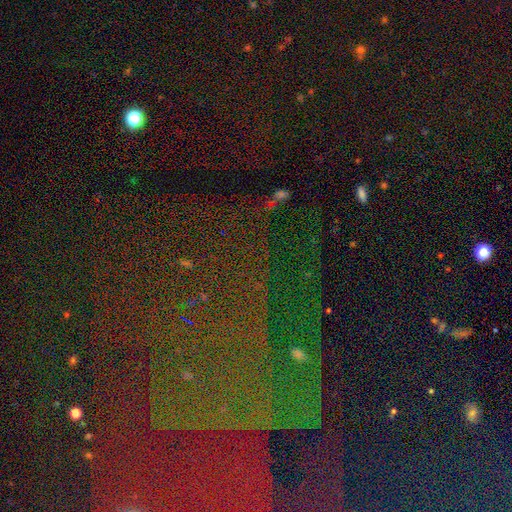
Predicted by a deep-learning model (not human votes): A star or artifact, not a galaxy (79%).